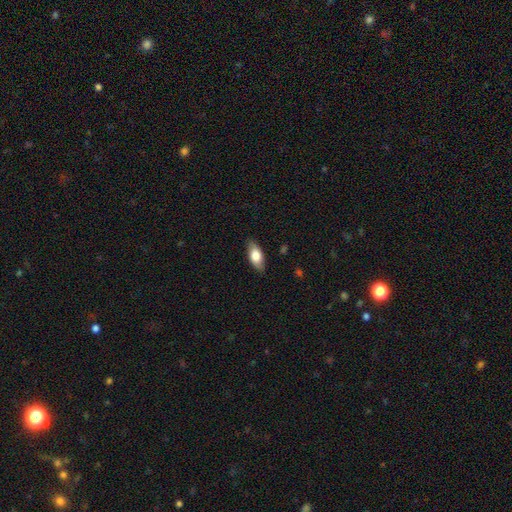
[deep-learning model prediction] smooth 75%, featured or disk 19%, star or artifact 6%. Down the decision tree: how rounded — in between (87%); merging — none (85%).